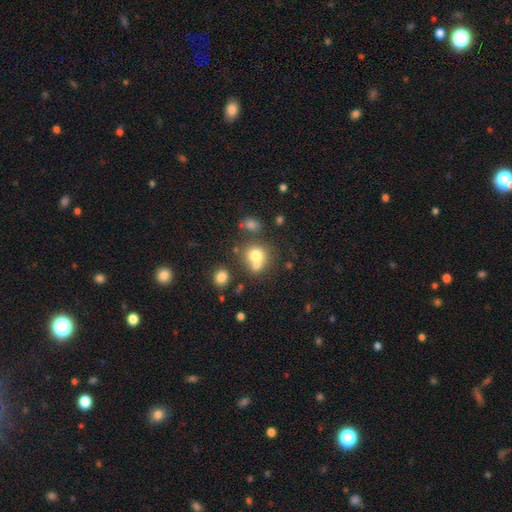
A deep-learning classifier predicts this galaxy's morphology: Q: Smooth or featured?
A: smooth (71%); runner-up: featured or disk (15%)
Q: How rounded?
A: round (78%); runner-up: in between (21%)
Q: Merging?
A: merger (45%); runner-up: none (41%)